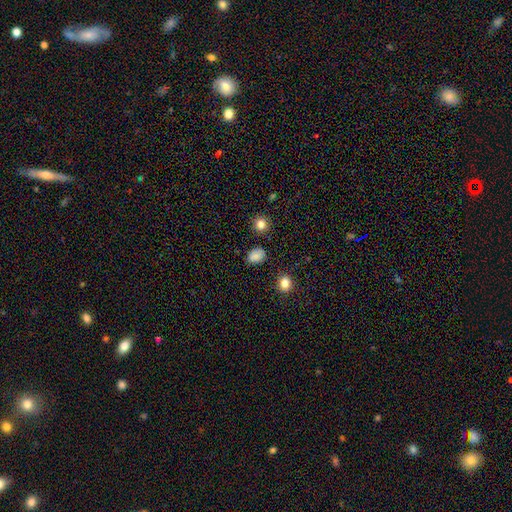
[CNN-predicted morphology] Q: Smooth or featured?
A: smooth (84%); runner-up: star or artifact (12%)
Q: How rounded?
A: in between (70%); runner-up: round (29%)
Q: Merging?
A: none (81%); runner-up: minor disturbance (14%)